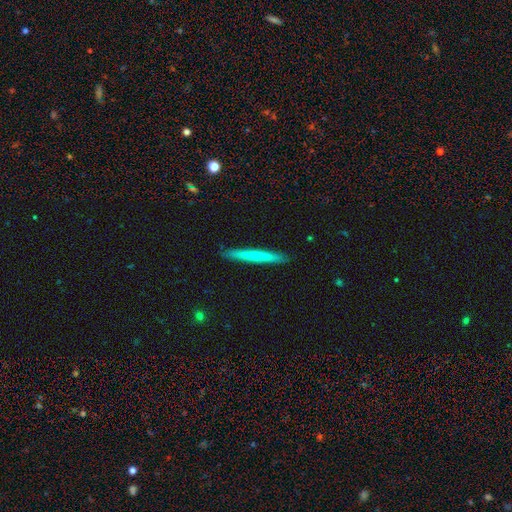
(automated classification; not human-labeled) Smooth or featured?
  - smooth: 53% *
  - featured or disk: 41%
  - star or artifact: 6%
How rounded?
  - cigar-shaped: 96% *
  - in between: 3%
  - round: 1%
Merging?
  - none: 90% *
  - minor disturbance: 7%
  - major disturbance: 1%
  - merger: 1%